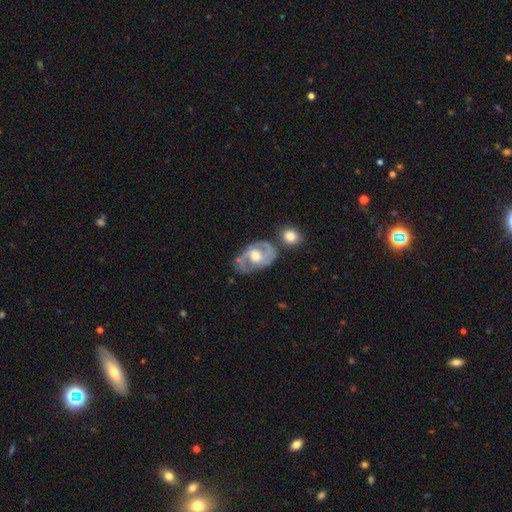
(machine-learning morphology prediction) Overall: featured or disk (77%). Edge-on disk: no (96%). Bar: no (53%; weak 37%). Spiral arms: yes (82%). Spiral arm count: 2 (78%). Spiral winding: medium (47%; tight 36%). Bulge size: moderate (73%). Merging: none (62%).